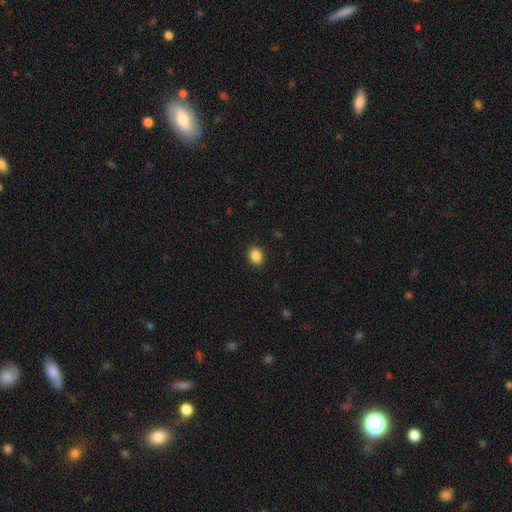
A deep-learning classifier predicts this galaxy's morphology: A smooth galaxy with no disk features (87%) that is round (56%).

Vote fractions:
- Smooth or featured? smooth: 87% / star or artifact: 10% / featured or disk: 4%
- How rounded? round: 56% / in between: 43% / cigar-shaped: 1%
- Merging? none: 90% / minor disturbance: 7% / major disturbance: 2% / merger: 1%